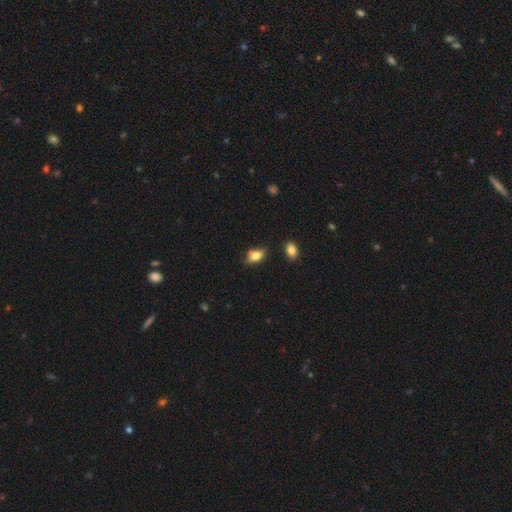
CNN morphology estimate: This is likely a smooth galaxy (69%). How rounded: clearly in between (82%). Merging: likely none (64%).